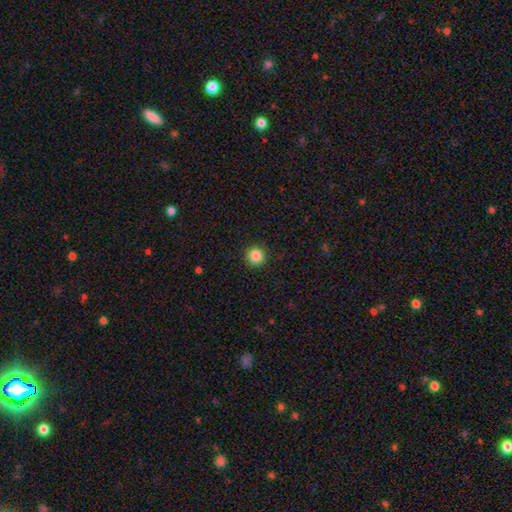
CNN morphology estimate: This appears to be a smooth galaxy with no disk features (86%) that is round (95%). Merging: none (92%).